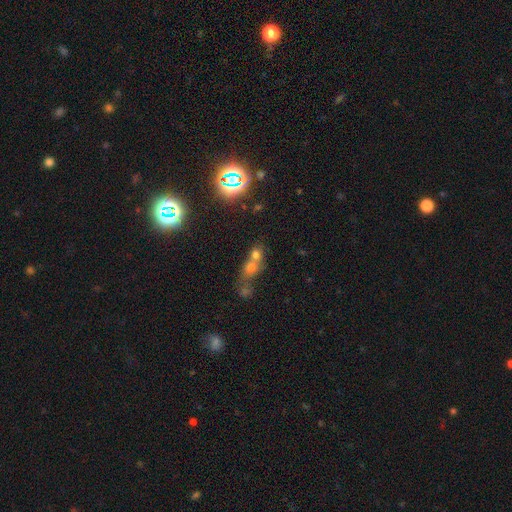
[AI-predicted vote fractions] smooth 60%, star or artifact 24%, featured or disk 16%. Down the decision tree: how rounded — round (63%); merging — merger (66%).